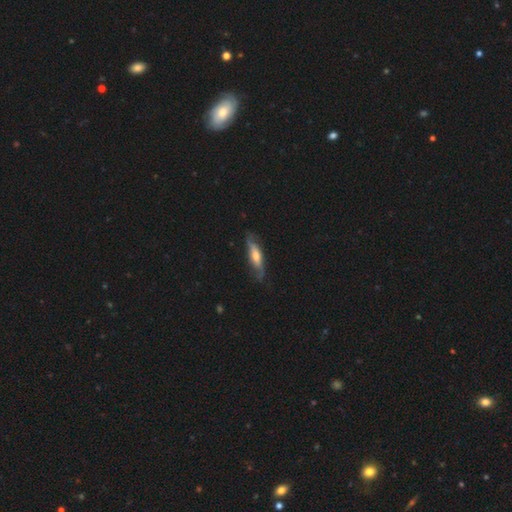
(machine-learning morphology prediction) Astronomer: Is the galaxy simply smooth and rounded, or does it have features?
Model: featured or disk — 61%.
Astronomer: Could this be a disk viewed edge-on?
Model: yes — 50%, tied with no at 50%.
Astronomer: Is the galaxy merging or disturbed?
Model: none — 72%.